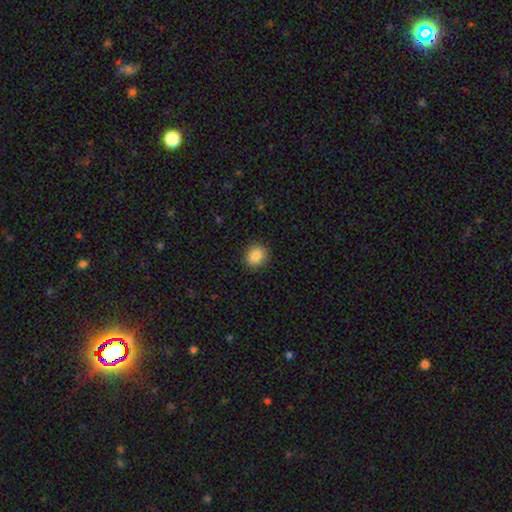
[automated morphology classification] This is clearly a smooth galaxy (87%). How rounded: likely round (73%). Merging: clearly none (89%).